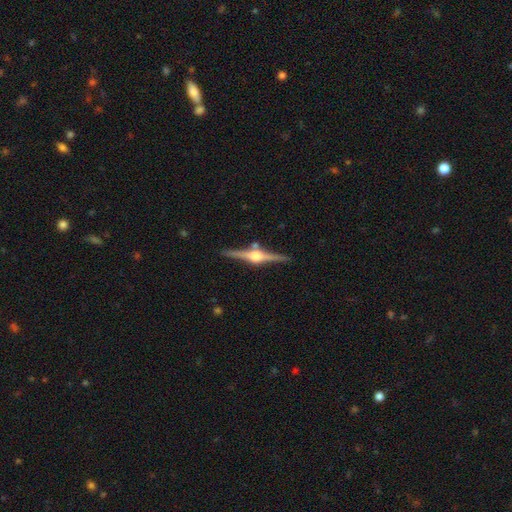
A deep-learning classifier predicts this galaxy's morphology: Smooth or featured?
  - featured or disk: 87% *
  - smooth: 8%
  - star or artifact: 5%
Edge-on disk?
  - yes: 98% *
  - no: 2%
Edge-on bulge?
  - rounded: 94% *
  - boxy: 4%
  - none: 1%
Merging?
  - none: 88% *
  - minor disturbance: 7%
  - merger: 3%
  - major disturbance: 2%